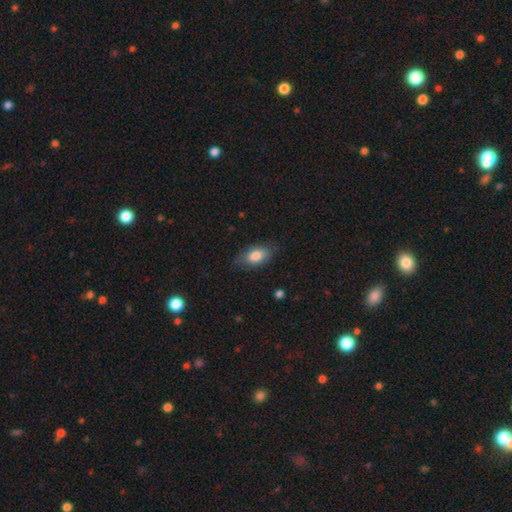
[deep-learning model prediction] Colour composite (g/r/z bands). It shows a smooth galaxy with no disk features (79%) that is in between round and cigar-shaped (90%). Merging: none (76%).